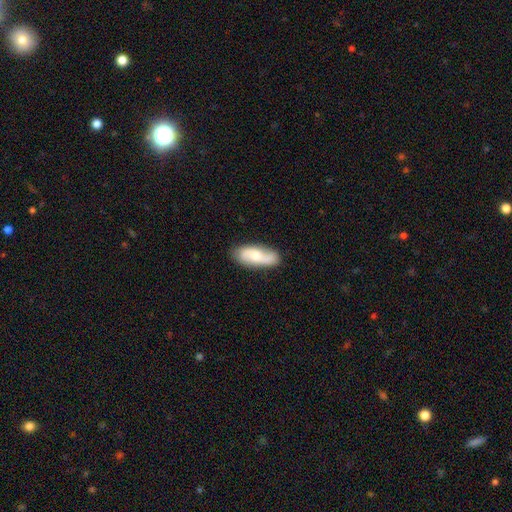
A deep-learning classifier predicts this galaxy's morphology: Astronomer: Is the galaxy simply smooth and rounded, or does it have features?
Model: featured or disk — 49% (runner-up: smooth, 44%).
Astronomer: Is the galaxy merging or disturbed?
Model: none — 77%.